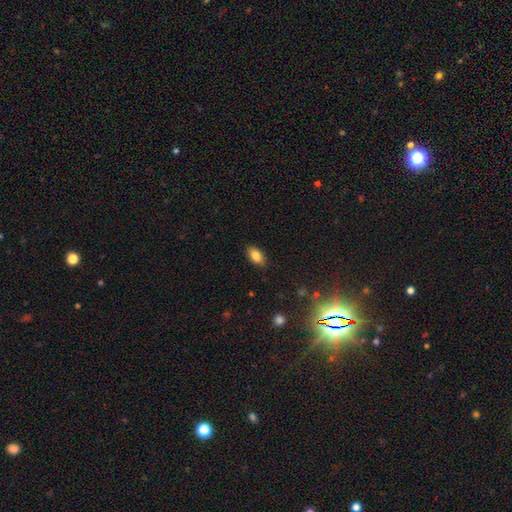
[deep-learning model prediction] Smooth or featured: smooth — 83% (star or artifact — 9%)
How rounded: in between — 91% (round — 6%)
Merging: none — 86% (minor disturbance — 10%)